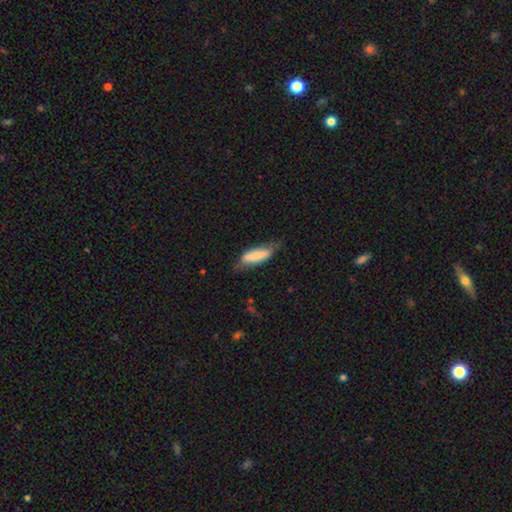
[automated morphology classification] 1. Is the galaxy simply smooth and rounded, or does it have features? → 70% smooth, 24% featured or disk, 6% star or artifact.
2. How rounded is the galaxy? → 58% in between, 41% cigar-shaped, 2% round.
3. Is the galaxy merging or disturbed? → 50% none, 34% minor disturbance, 13% major disturbance, 2% merger.